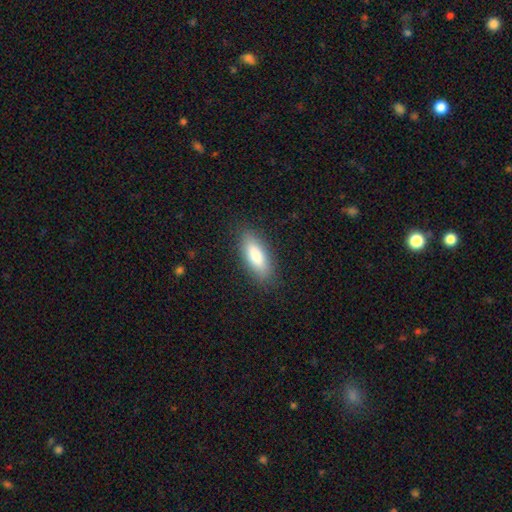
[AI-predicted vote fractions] The model was most divided on "how rounded": in between: 69%, cigar-shaped: 29%, round: 2%. More confident: merging — none (86%); smooth or featured — smooth (82%).